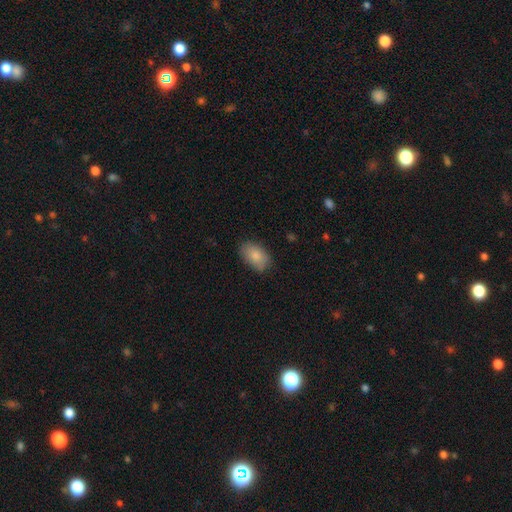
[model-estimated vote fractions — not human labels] Morphology: type=smooth (85%); roundness=in between (92%); merging=none (83%).